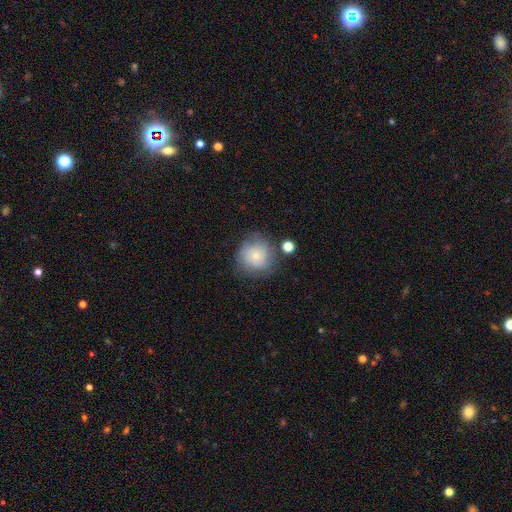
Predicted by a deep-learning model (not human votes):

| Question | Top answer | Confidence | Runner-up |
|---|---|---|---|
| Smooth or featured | smooth | 70% | featured or disk (21%) |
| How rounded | round | 91% | in between (8%) |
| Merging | none | 70% | minor disturbance (18%) |